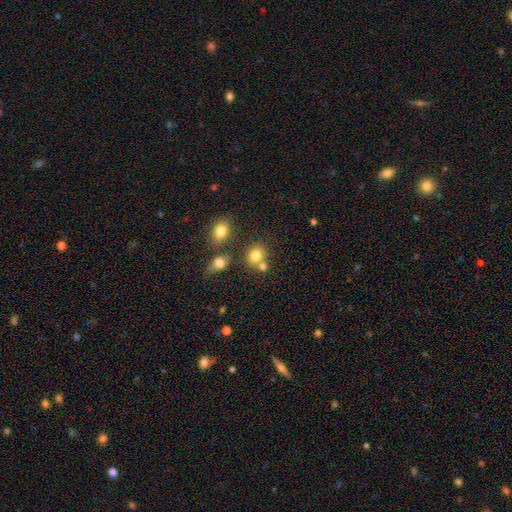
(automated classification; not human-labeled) Smooth or featured? Predicted: smooth (p=0.79). How rounded? Predicted: round (p=0.67). Merging? Predicted: none (p=0.58).